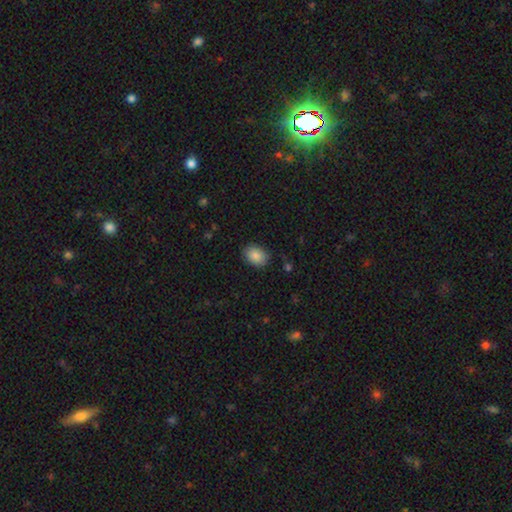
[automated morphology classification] This appears to be a smooth galaxy with no disk features (88%) that is in between round and cigar-shaped (70%). Merging: none (84%).